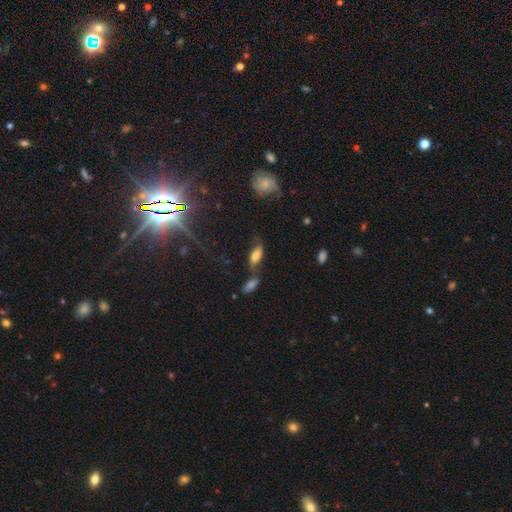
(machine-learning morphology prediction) type=smooth (63%); roundness=in between (82%); merging=none (46%).